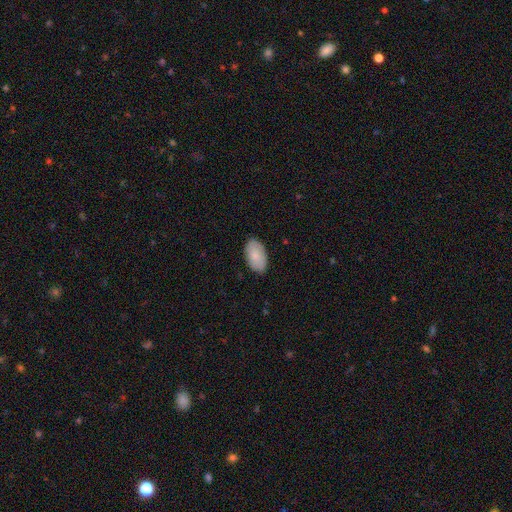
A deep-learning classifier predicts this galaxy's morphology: smooth-or-featured: smooth: 83% | featured or disk: 11% | star or artifact: 6%
  how-rounded: in between: 95% | round: 3% | cigar-shaped: 1%
  merging: none: 86% | minor disturbance: 11% | major disturbance: 2% | merger: 1%